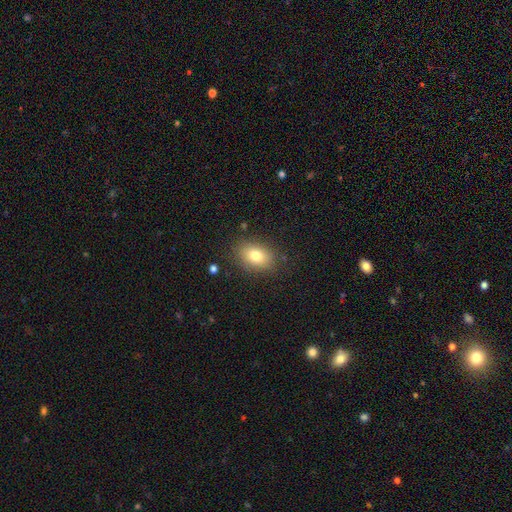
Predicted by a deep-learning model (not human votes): Smooth or featured? Predicted: smooth (p=0.79). How rounded? Predicted: in between (p=0.78). Merging? Predicted: none (p=0.83).